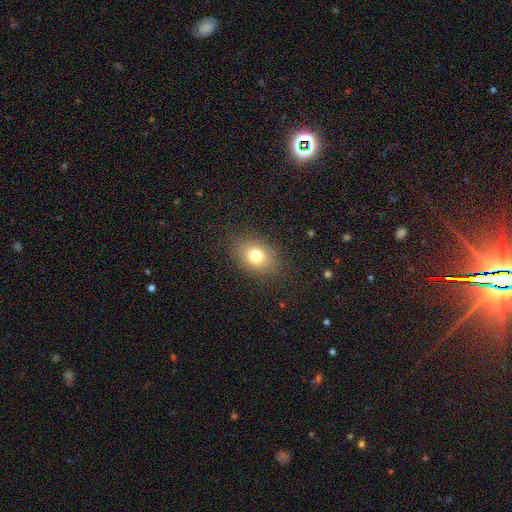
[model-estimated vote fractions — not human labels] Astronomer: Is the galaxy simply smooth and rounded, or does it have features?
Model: smooth — 77%.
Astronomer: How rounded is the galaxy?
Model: in between — 66%.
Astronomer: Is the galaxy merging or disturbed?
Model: none — 85%.